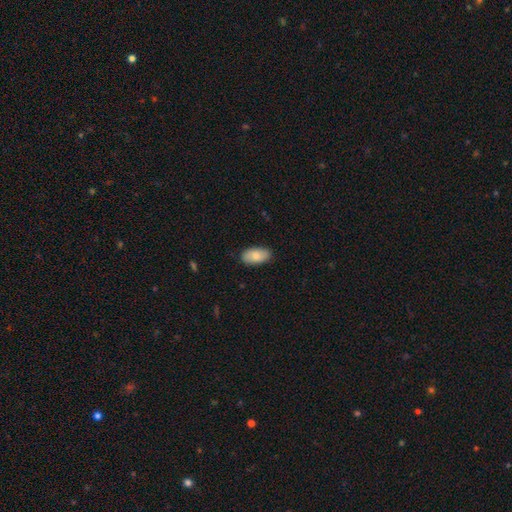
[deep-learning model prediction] This appears to be a smooth galaxy with no disk features (81%) that is in between round and cigar-shaped (94%). Merging: none (86%).